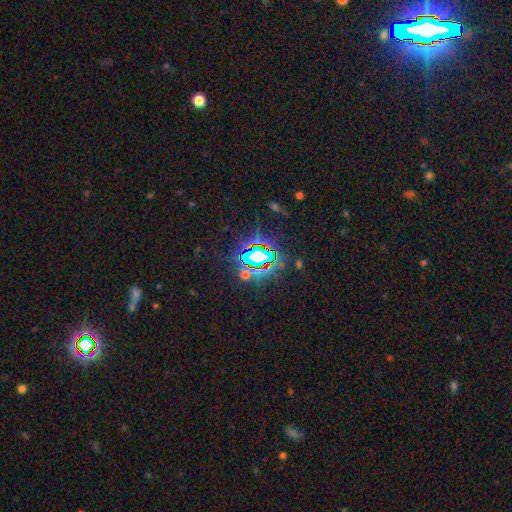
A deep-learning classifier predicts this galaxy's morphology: Smooth or featured?
  - star or artifact: 76% *
  - smooth: 13%
  - featured or disk: 11%